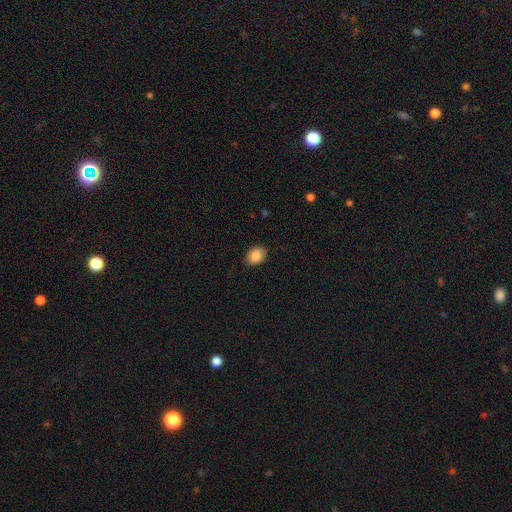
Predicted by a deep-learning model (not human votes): smooth-or-featured: smooth: 88% | star or artifact: 8% | featured or disk: 4%
  how-rounded: in between: 75% | round: 24% | cigar-shaped: 1%
  merging: none: 86% | minor disturbance: 11% | major disturbance: 2% | merger: 1%